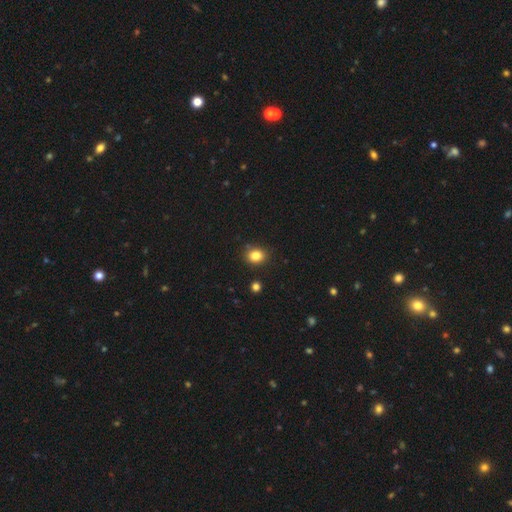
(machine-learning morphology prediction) The model was most divided on "how rounded": round: 63%, in between: 36%, cigar-shaped: 1%. More confident: smooth or featured — smooth (83%); merging — none (83%).